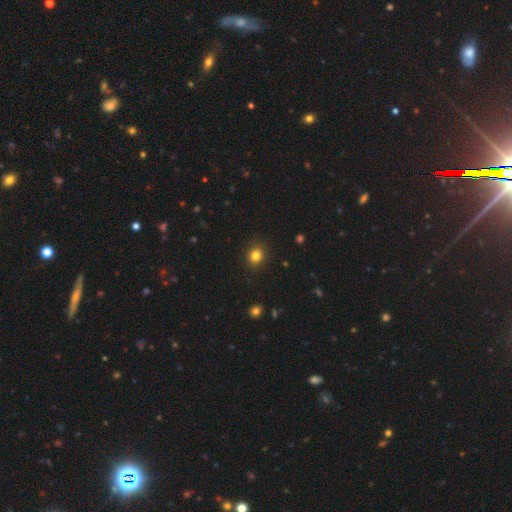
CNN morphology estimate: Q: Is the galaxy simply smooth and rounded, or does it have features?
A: smooth — 82%.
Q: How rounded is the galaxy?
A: round — 80%.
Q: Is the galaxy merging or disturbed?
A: none — 91%.